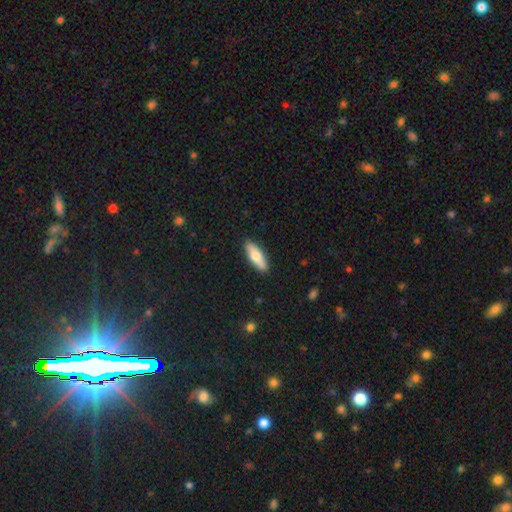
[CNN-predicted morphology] A smooth galaxy with no disk features (66%) that is in between round and cigar-shaped (51%). Merging: none (90%).